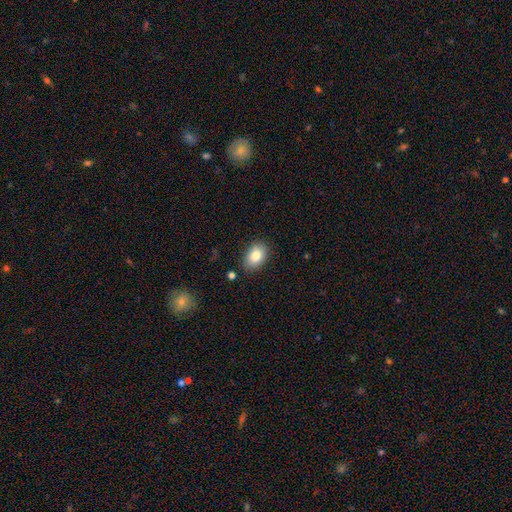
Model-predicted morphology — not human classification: A smooth galaxy with no disk features (83%) that is in between round and cigar-shaped (82%). Merging: none (83%).